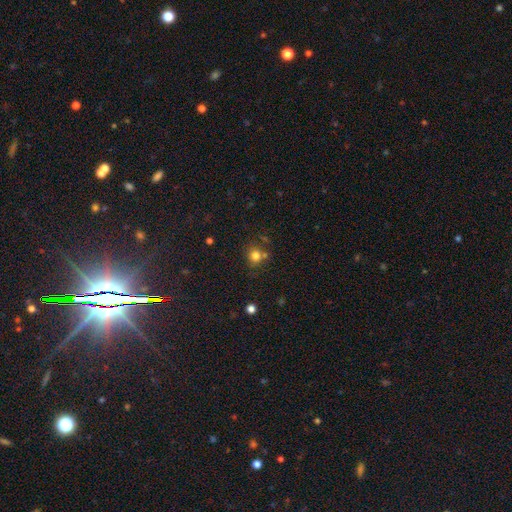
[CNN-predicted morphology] smooth-or-featured: smooth: 78% | star or artifact: 15% | featured or disk: 7%
  how-rounded: round: 84% | in between: 15% | cigar-shaped: 1%
  merging: none: 66% | merger: 17% | minor disturbance: 12% | major disturbance: 5%